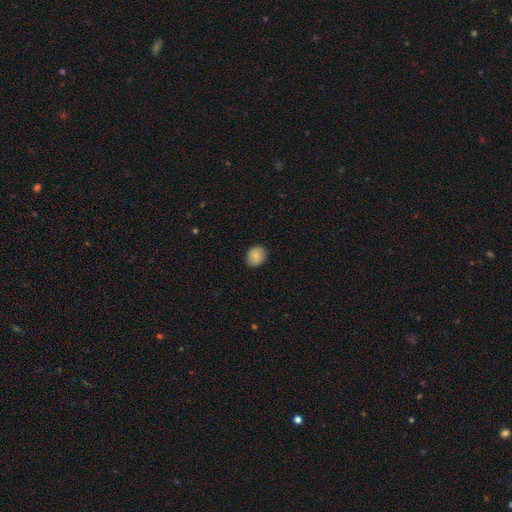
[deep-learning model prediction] Morphology: type=smooth (85%); roundness=round (71%); merging=none (84%).